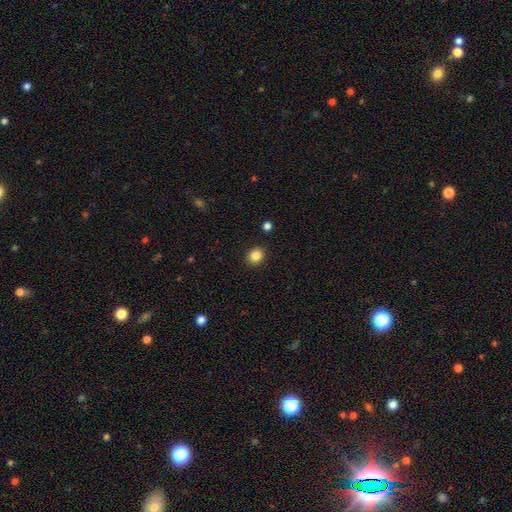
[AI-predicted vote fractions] Morphology: type=smooth (85%); roundness=round (69%); merging=none (91%).